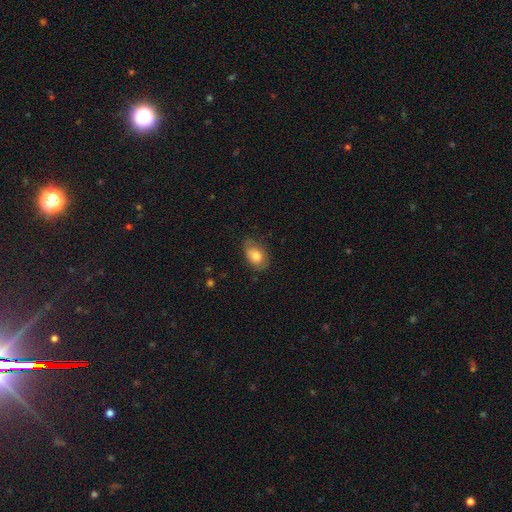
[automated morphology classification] Smooth or featured? Predicted: smooth (p=0.75). How rounded? Predicted: in between (p=0.85). Merging? Predicted: none (p=0.60).